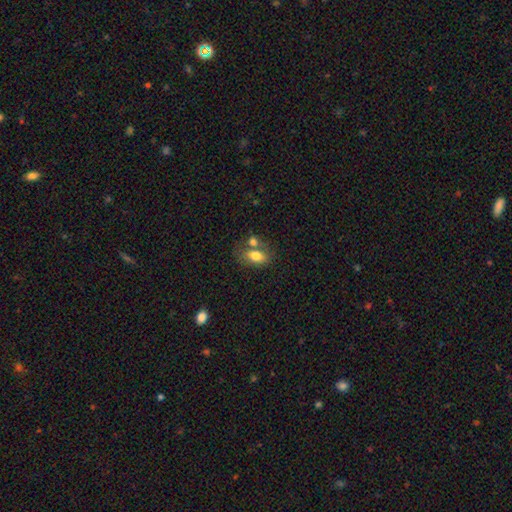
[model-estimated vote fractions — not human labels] Overall: smooth (77%). How rounded: in between (86%). Merging: none (49%; merger 31%).